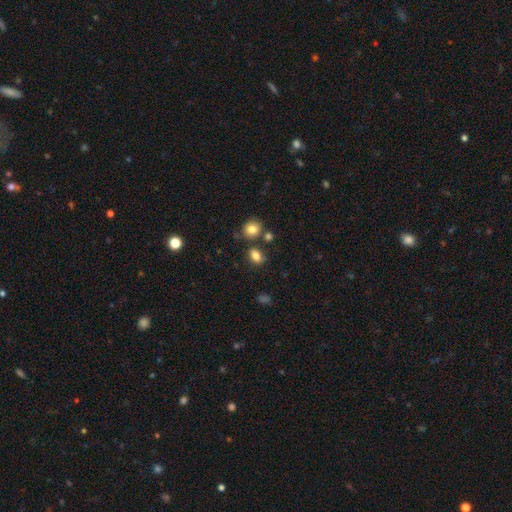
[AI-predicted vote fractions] smooth_or_featured: smooth (p=0.83) [alt: star or artifact p=0.11]
how_rounded: in between (p=0.69) [alt: round p=0.29]
merging: none (p=0.73) [alt: minor disturbance p=0.12]